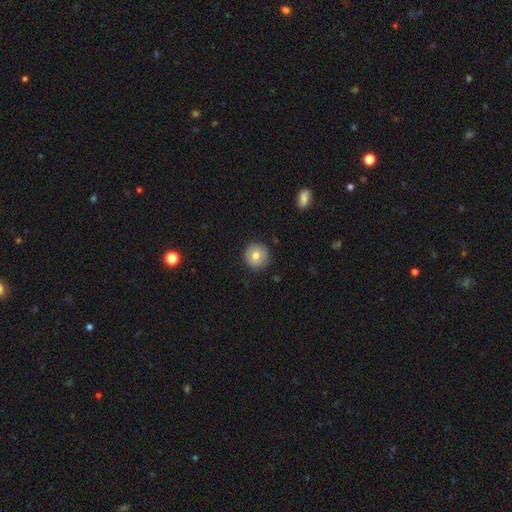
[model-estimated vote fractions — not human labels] Morphology: type=smooth (75%); roundness=round (95%); merging=none (89%).